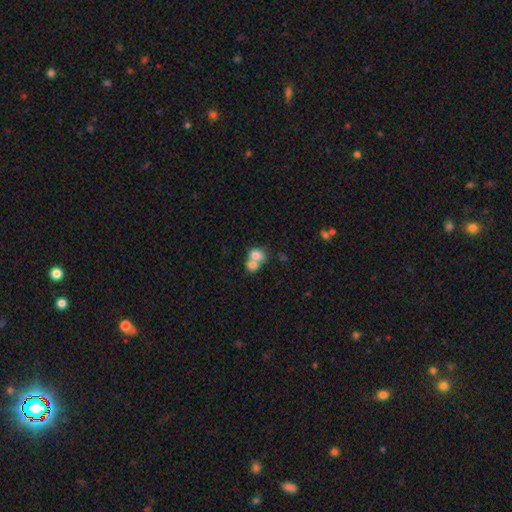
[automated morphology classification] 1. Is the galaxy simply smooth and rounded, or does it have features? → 76% smooth, 15% featured or disk, 9% star or artifact.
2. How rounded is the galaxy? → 52% round, 47% in between, 1% cigar-shaped.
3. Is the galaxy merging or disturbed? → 69% merger, 22% none, 6% minor disturbance, 4% major disturbance.